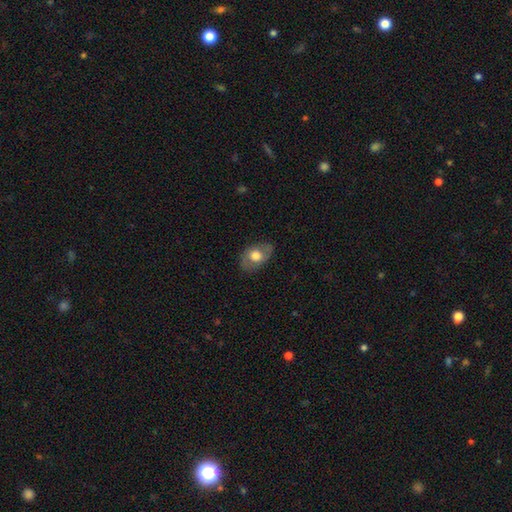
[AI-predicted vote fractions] Smooth or featured: smooth — 60% (featured or disk — 33%)
How rounded: in between — 84% (round — 15%)
Merging: none — 78% (minor disturbance — 16%)